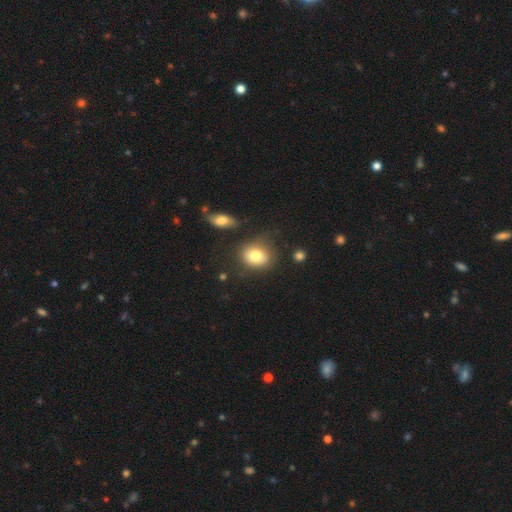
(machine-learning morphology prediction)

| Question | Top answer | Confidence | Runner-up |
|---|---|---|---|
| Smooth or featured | smooth | 80% | featured or disk (11%) |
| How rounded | in between | 51% | round (48%) |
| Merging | none | 66% | minor disturbance (20%) |